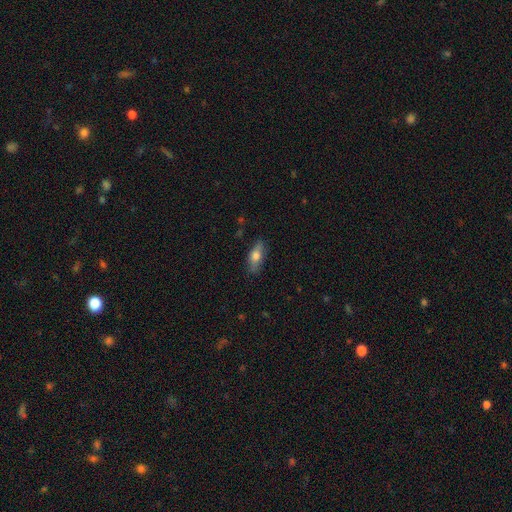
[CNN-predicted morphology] This is likely a smooth galaxy (63%). How rounded: likely in between (68%). Merging: clearly none (82%).